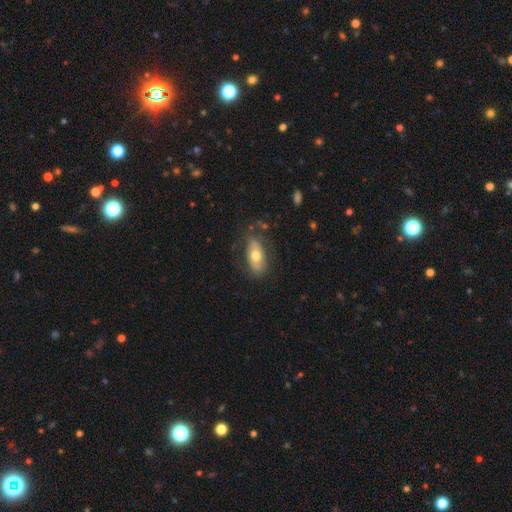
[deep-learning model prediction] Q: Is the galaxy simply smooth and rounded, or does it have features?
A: smooth — 58%.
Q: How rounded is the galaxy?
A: in between — 88%.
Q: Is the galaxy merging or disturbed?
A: none — 72%.